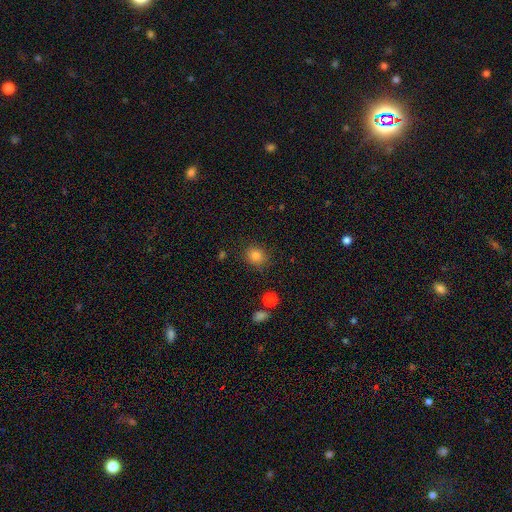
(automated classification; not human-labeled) A smooth galaxy with no disk features (83%) that is round (79%). Merging: none (85%).